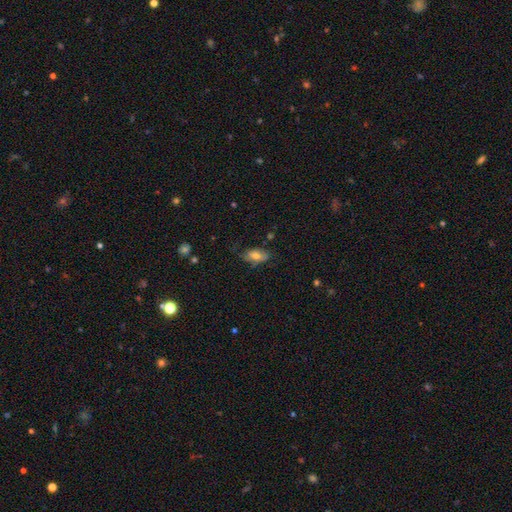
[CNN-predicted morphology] The model was most divided on "merging": none: 52%, minor disturbance: 30%, major disturbance: 16%, merger: 2%. More confident: how rounded — in between (89%); smooth or featured — smooth (61%).